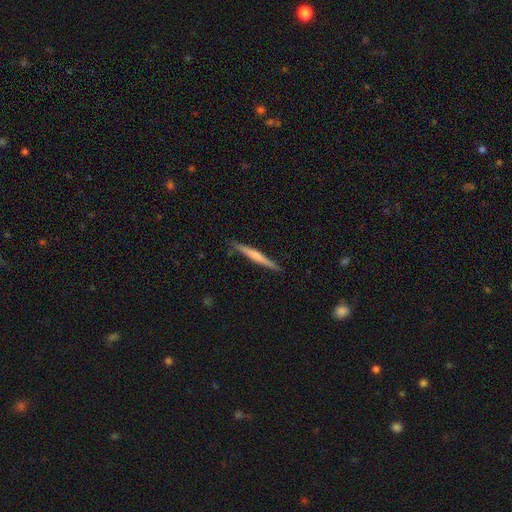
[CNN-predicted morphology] featured or disk 52%, smooth 43%, star or artifact 5%. Down the decision tree: edge-on disk — yes (97%); edge-on bulge — rounded (55%); merging — none (88%).